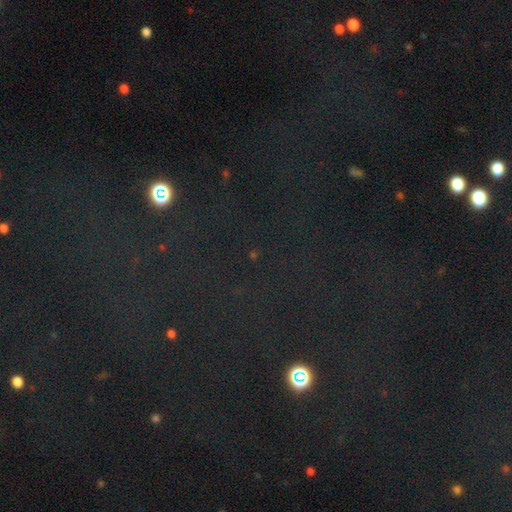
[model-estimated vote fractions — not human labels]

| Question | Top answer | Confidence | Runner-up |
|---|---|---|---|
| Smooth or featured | star or artifact | 77% | smooth (15%) |